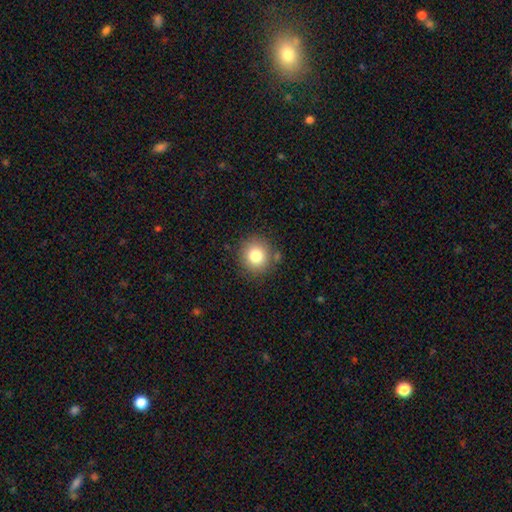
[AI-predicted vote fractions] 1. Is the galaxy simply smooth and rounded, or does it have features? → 81% smooth, 11% star or artifact, 8% featured or disk.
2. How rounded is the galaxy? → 90% round, 9% in between, 1% cigar-shaped.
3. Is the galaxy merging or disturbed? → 86% none, 9% minor disturbance, 3% merger, 3% major disturbance.